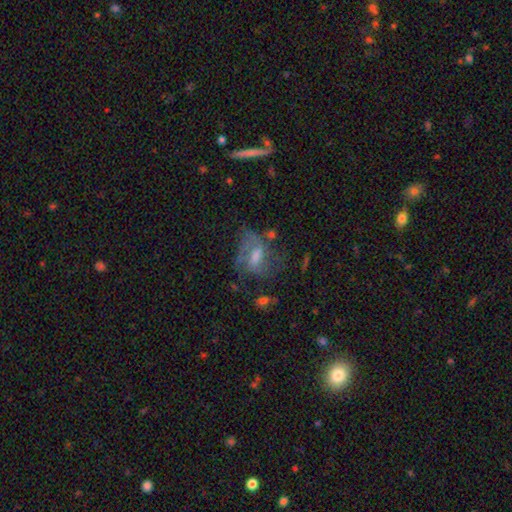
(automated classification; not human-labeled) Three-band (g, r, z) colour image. It shows a featured or disk galaxy (62%) with a weak bar (49%), spiral arms (73%) and a moderate central bulge (47%). Merging: none (48%).